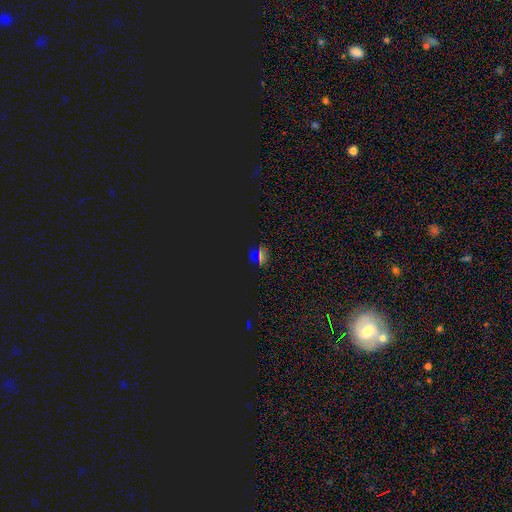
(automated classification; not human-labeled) Q: Smooth or featured?
A: star or artifact (66%); runner-up: smooth (26%)